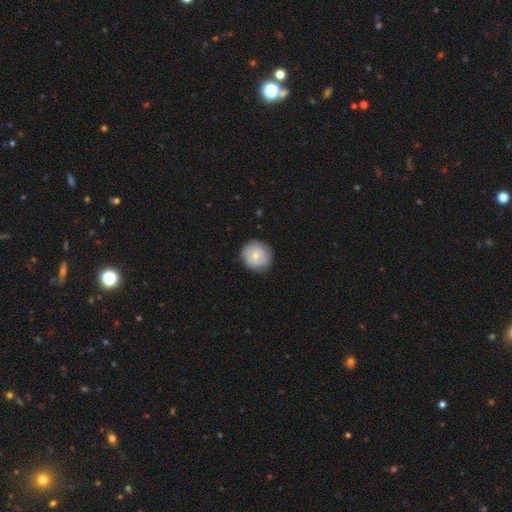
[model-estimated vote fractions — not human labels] Q: Smooth or featured?
A: smooth (71%); runner-up: featured or disk (22%)
Q: How rounded?
A: round (91%); runner-up: in between (8%)
Q: Merging?
A: none (84%); runner-up: minor disturbance (13%)